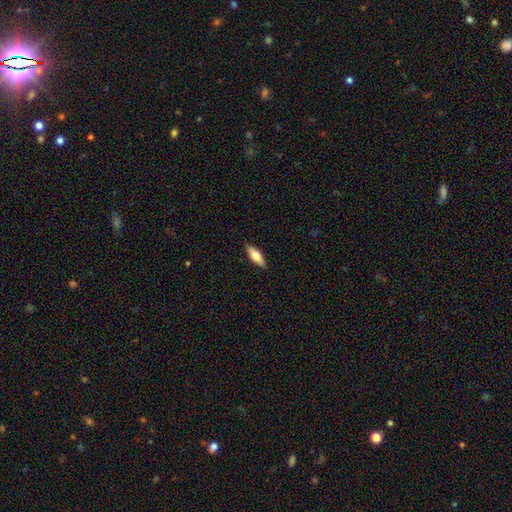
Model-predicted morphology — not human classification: smooth 64%, featured or disk 30%, star or artifact 6%. Down the decision tree: how rounded — in between (63%); merging — none (89%).